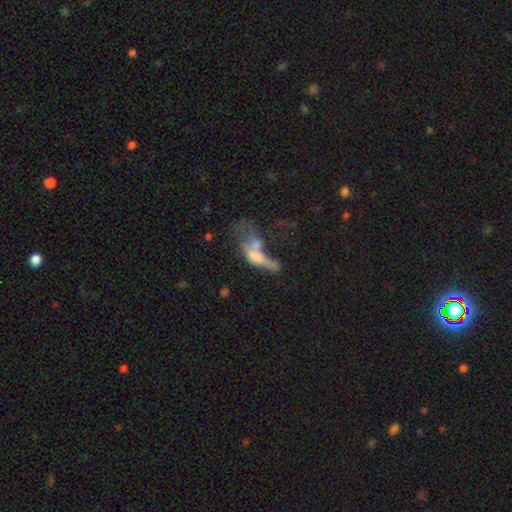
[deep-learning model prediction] smooth-or-featured: smooth: 46% | featured or disk: 41% | star or artifact: 12%
  merging: merger: 43% | major disturbance: 35% | none: 12% | minor disturbance: 10%